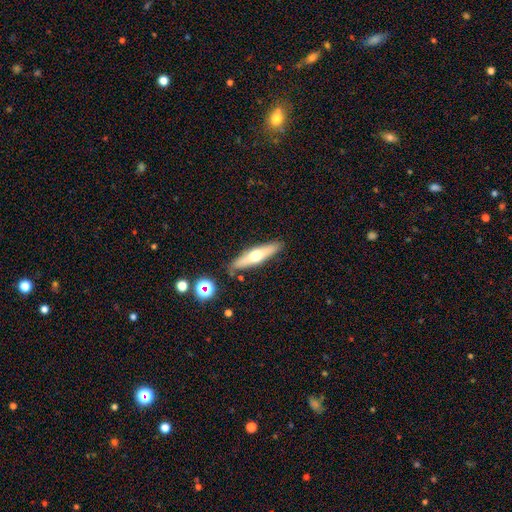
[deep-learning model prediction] Q: Smooth or featured?
A: featured or disk (48%); runner-up: smooth (45%)
Q: Merging?
A: none (84%); runner-up: minor disturbance (10%)